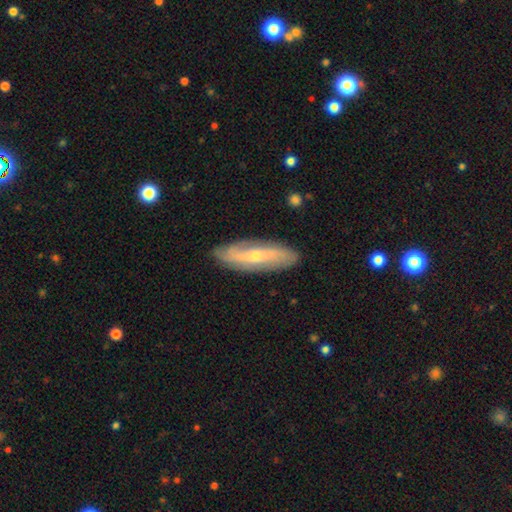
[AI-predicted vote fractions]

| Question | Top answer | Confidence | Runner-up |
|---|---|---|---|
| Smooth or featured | featured or disk | 68% | smooth (25%) |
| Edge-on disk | no | 63% | yes (37%) |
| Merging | none | 86% | minor disturbance (10%) |